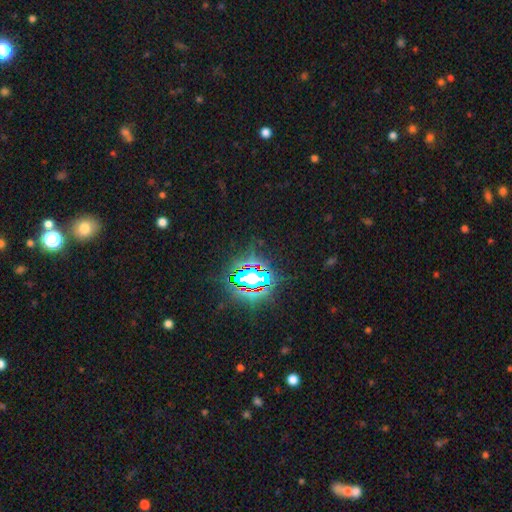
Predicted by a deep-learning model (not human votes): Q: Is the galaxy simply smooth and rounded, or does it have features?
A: star or artifact — 83%.